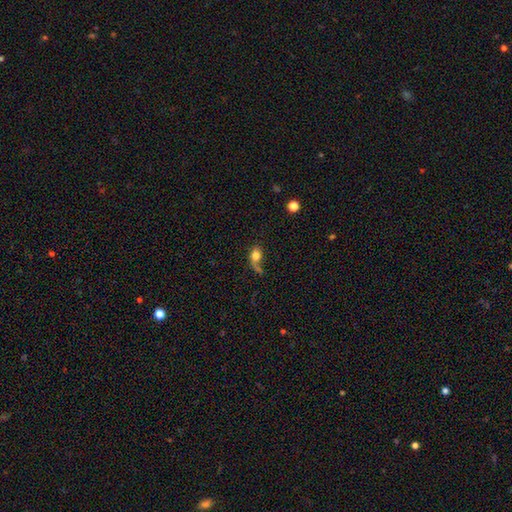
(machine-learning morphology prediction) This appears to be a smooth galaxy with no disk features (71%) that is in between round and cigar-shaped (61%). Merging: none (33%, tied with major disturbance).